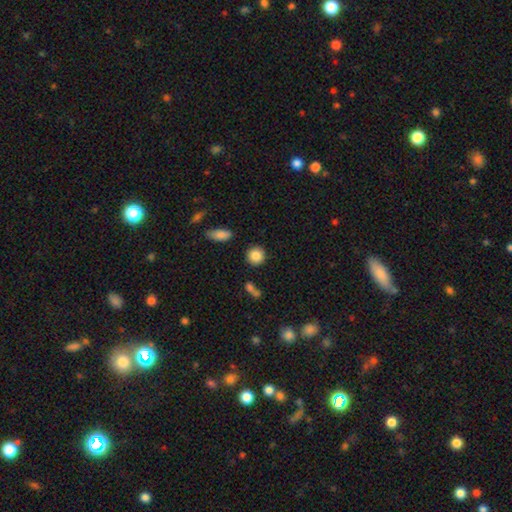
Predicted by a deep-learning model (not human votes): Overall: smooth (86%). How rounded: round (89%). Merging: none (86%).